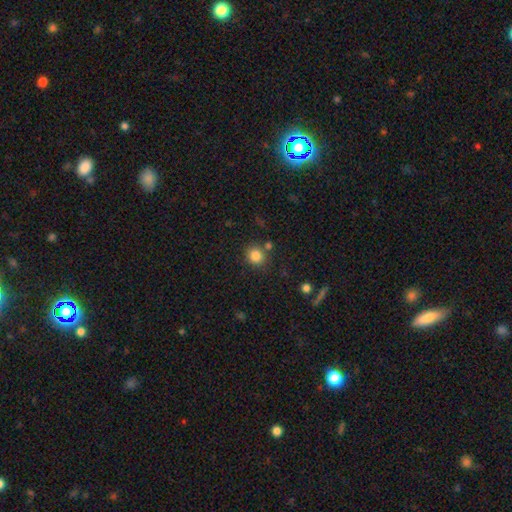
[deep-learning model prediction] Smooth or featured? Predicted: smooth (p=0.83). How rounded? Predicted: round (p=0.83). Merging? Predicted: none (p=0.78).